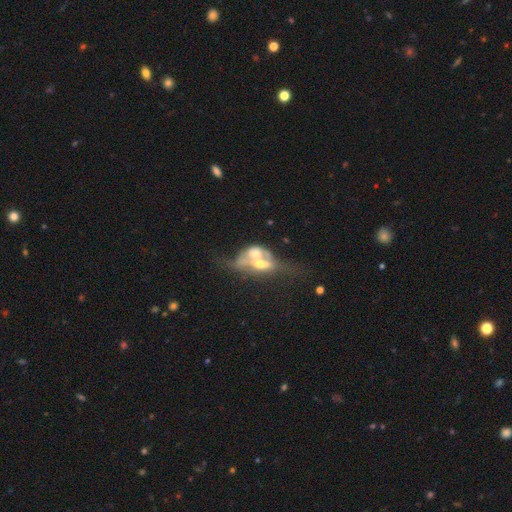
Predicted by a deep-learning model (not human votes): Smooth or featured? featured or disk (56%)
Edge-on disk? no (77%)
Merging? merger (73%)